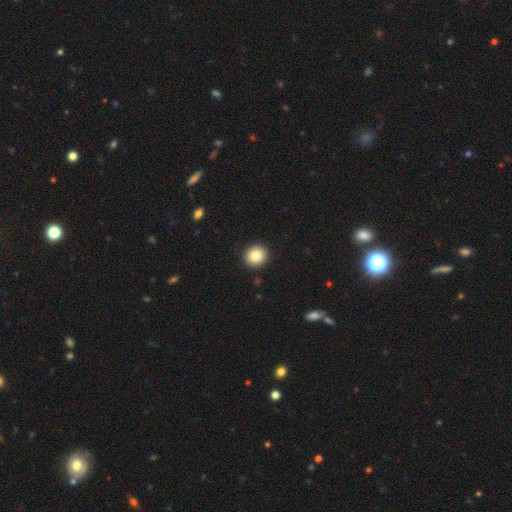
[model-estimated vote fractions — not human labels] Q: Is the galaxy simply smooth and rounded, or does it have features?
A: smooth — 84%.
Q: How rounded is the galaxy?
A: round — 90%.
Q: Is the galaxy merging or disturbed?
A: none — 92%.